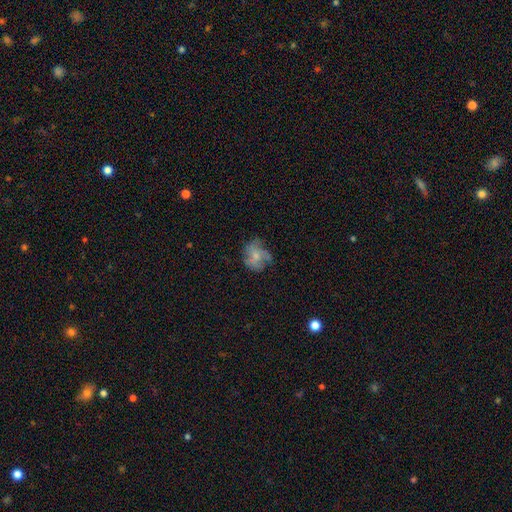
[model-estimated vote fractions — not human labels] Morphology: type=smooth (52%); roundness=round (60%); merging=none (51%).